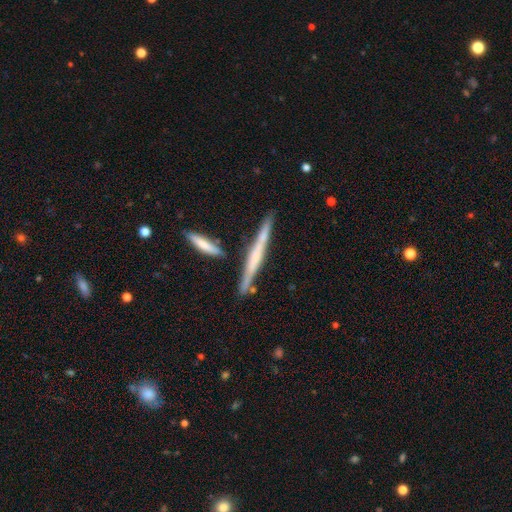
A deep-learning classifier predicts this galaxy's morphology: Smooth or featured: featured or disk — 64% (smooth — 30%)
Edge-on disk: yes — 97% (no — 3%)
Edge-on bulge: none — 43% (rounded — 36%)
Merging: none — 78% (minor disturbance — 11%)